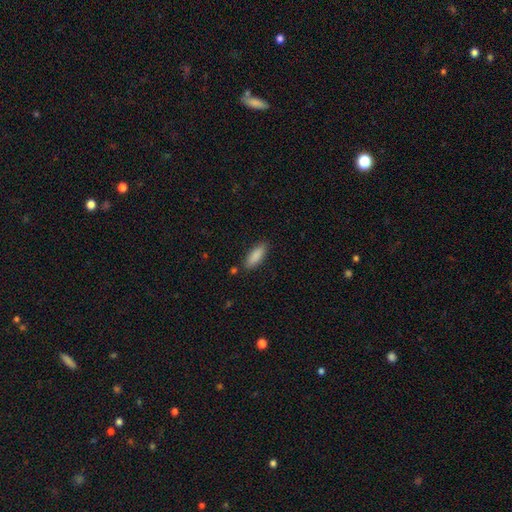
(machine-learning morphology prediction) smooth_or_featured: smooth (p=0.88) [alt: star or artifact p=0.06]
how_rounded: in between (p=0.65) [alt: cigar-shaped p=0.34]
merging: none (p=0.86) [alt: minor disturbance p=0.10]